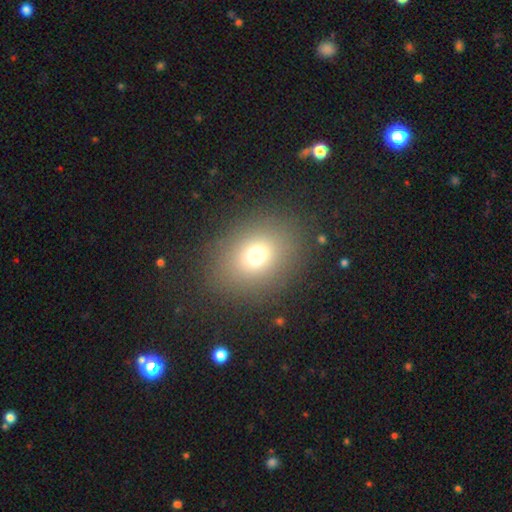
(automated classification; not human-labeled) smooth 70%, star or artifact 19%, featured or disk 11%. Down the decision tree: how rounded — round (58%); merging — none (85%).